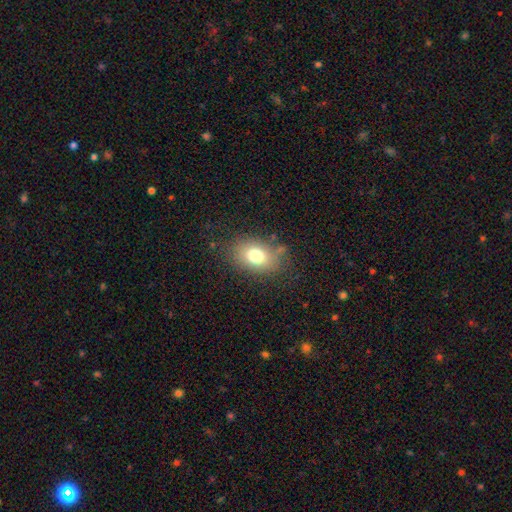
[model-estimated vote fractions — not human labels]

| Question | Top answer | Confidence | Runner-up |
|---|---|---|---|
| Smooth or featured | smooth | 76% | featured or disk (13%) |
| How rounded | in between | 76% | round (22%) |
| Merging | none | 78% | minor disturbance (15%) |